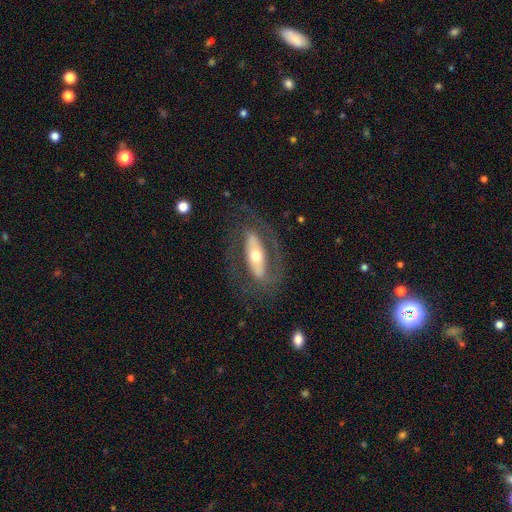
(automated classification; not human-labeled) Smooth or featured: featured or disk — 78% (smooth — 16%)
Edge-on disk: no — 86% (yes — 14%)
Bar: strong — 51% (no — 29%)
Spiral arms: yes — 70% (no — 30%)
Bulge size: moderate — 60% (small — 29%)
Merging: none — 72% (minor disturbance — 13%)